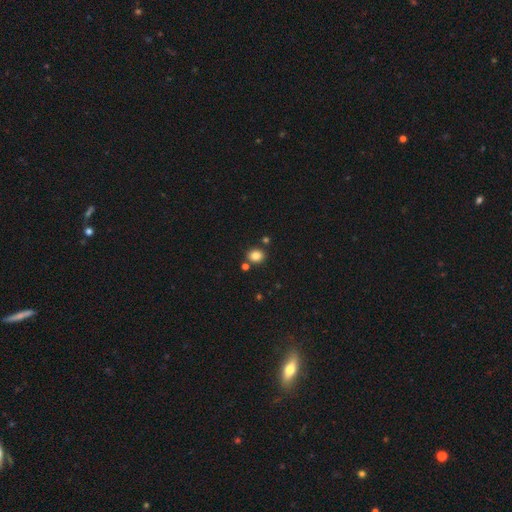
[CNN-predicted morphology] type=smooth (84%); roundness=round (73%); merging=none (81%).